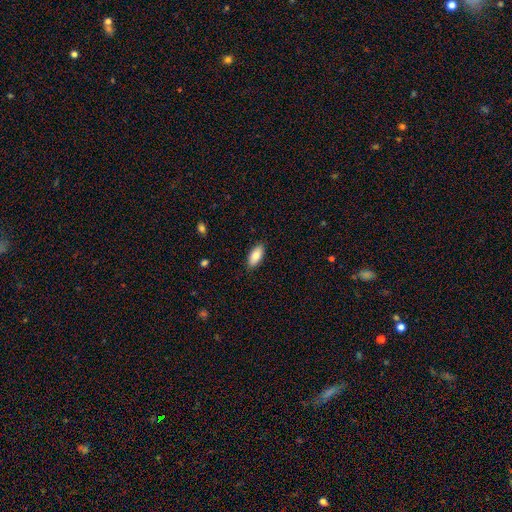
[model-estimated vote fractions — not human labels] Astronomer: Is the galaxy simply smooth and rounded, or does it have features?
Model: smooth — 84%.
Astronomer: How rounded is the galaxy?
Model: in between — 88%.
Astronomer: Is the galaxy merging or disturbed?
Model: none — 88%.